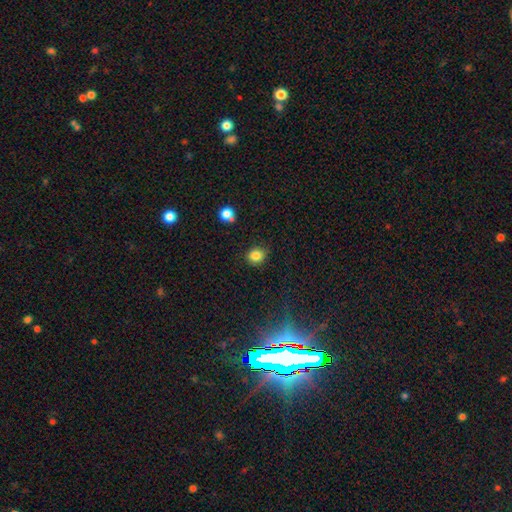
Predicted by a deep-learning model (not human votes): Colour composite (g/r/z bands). It shows a smooth galaxy with no disk features (84%) that is round (74%). Merging: none (82%).